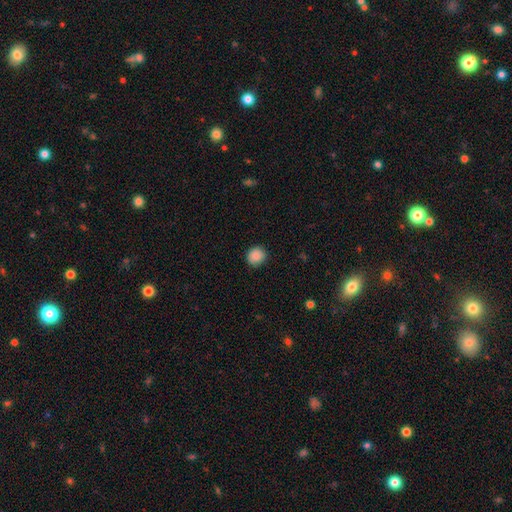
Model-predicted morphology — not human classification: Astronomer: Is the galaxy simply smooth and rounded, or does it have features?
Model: smooth — 88%.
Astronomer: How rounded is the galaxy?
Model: round — 86%.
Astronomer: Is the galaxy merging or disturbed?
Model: none — 88%.